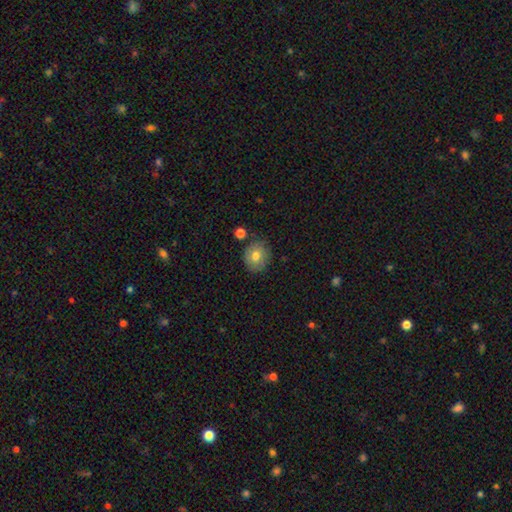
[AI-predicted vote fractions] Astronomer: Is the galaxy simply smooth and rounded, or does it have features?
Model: smooth — 73%.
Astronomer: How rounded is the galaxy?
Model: round — 75%.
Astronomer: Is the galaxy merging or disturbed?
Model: none — 77%.